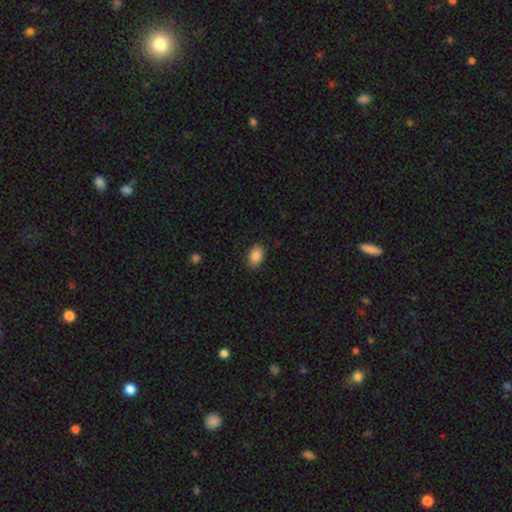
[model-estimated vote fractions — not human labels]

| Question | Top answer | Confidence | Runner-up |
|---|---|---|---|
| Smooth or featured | smooth | 87% | star or artifact (8%) |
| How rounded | in between | 85% | round (14%) |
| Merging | none | 88% | minor disturbance (9%) |